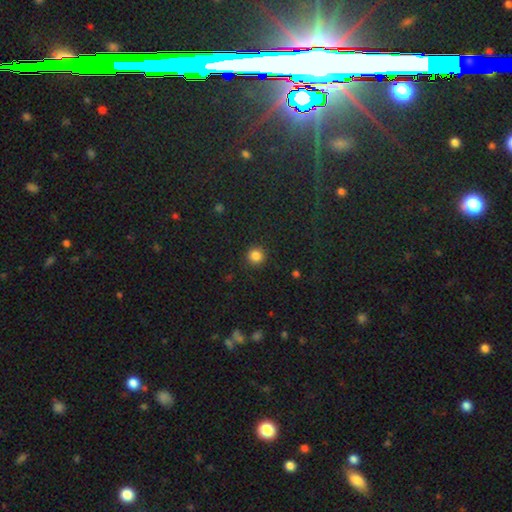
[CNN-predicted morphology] smooth 85%, star or artifact 12%, featured or disk 3%. Down the decision tree: how rounded — round (95%); merging — none (92%).